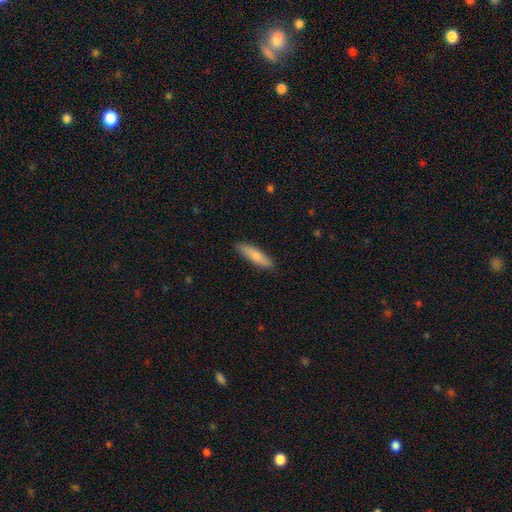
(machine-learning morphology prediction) A smooth galaxy with no disk features (75%) that is cigar-shaped (69%). Merging: none (88%).